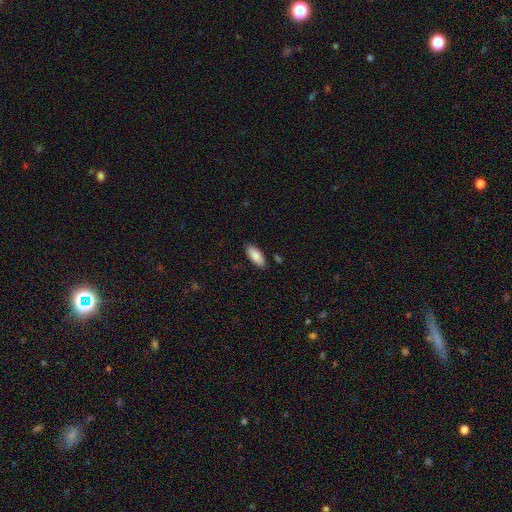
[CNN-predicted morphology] Smooth or featured: smooth — 88% (featured or disk — 6%)
How rounded: in between — 79% (cigar-shaped — 19%)
Merging: none — 87% (minor disturbance — 10%)